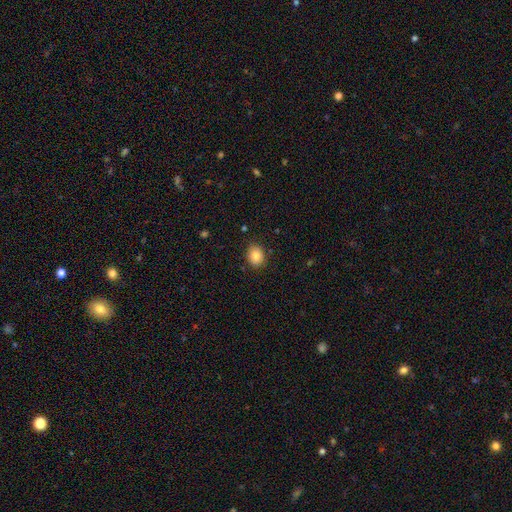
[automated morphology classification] Q: Smooth or featured?
A: smooth (84%); runner-up: star or artifact (9%)
Q: How rounded?
A: in between (52%); runner-up: round (47%)
Q: Merging?
A: none (87%); runner-up: minor disturbance (10%)